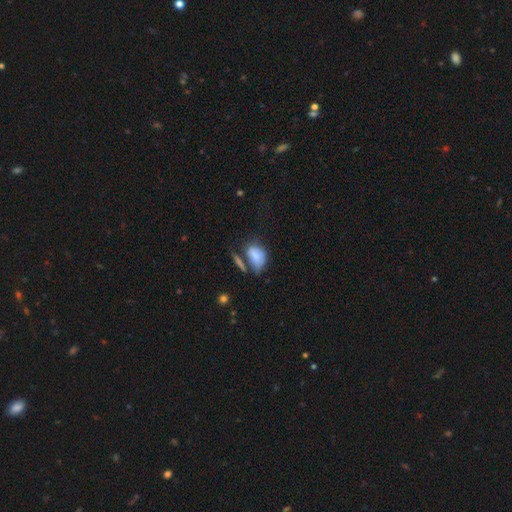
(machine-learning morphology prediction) The model was most divided on "merging": none: 34%, minor disturbance: 24%, merger: 24%, major disturbance: 17%. More confident: how rounded — in between (86%); smooth or featured — smooth (76%).